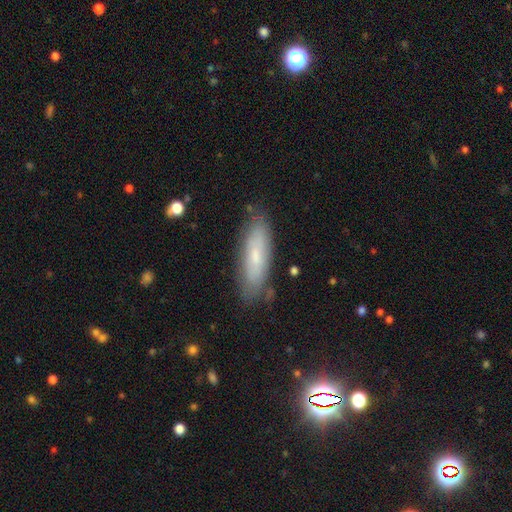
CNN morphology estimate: This appears to be a smooth galaxy with no disk features (60%) that is cigar-shaped (51%). Merging: none (80%).